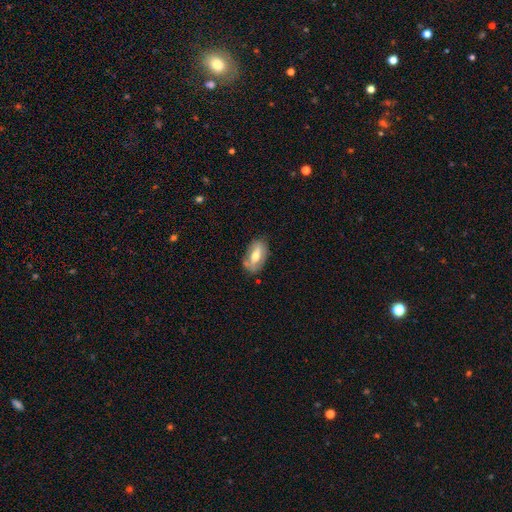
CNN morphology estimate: This is possibly a smooth galaxy (50%). How rounded: clearly in between (90%). Merging: likely none (72%).